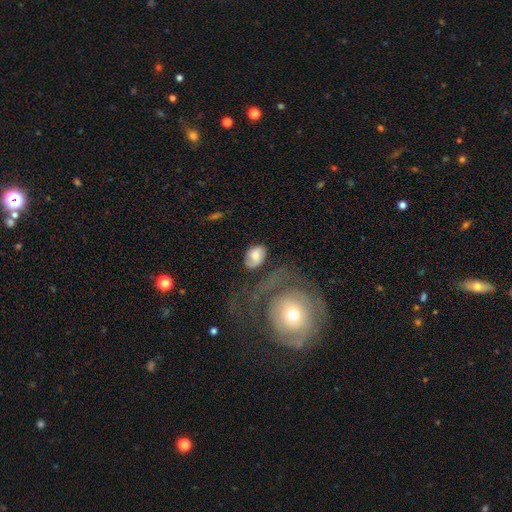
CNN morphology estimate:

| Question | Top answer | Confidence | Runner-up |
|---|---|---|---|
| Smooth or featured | smooth | 65% | featured or disk (28%) |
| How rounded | in between | 77% | round (21%) |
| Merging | none | 54% | minor disturbance (20%) |